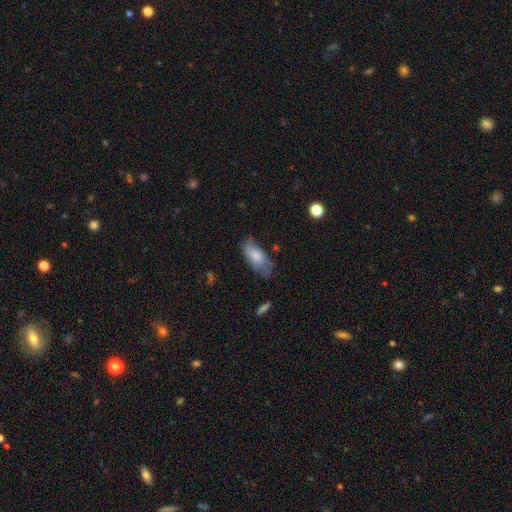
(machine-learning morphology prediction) A smooth galaxy with no disk features (73%) that is in between round and cigar-shaped (88%).

Vote fractions:
- Smooth or featured? smooth: 73% / featured or disk: 21% / star or artifact: 6%
- How rounded? in between: 88% / cigar-shaped: 10% / round: 2%
- Merging? none: 56% / minor disturbance: 32% / major disturbance: 10% / merger: 2%